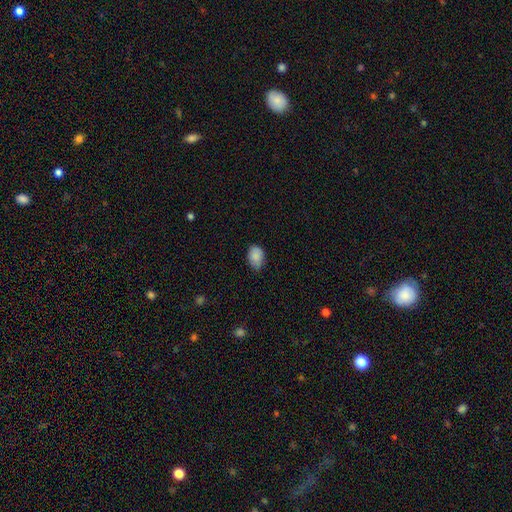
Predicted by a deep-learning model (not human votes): This appears to be a smooth galaxy with no disk features (87%) that is in between round and cigar-shaped (81%). Merging: none (59%).